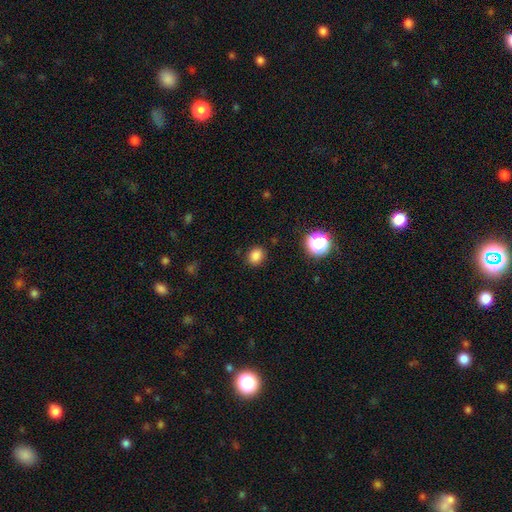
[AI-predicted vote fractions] Smooth or featured: smooth — 83% (star or artifact — 13%)
How rounded: round — 63% (in between — 36%)
Merging: none — 88% (minor disturbance — 8%)